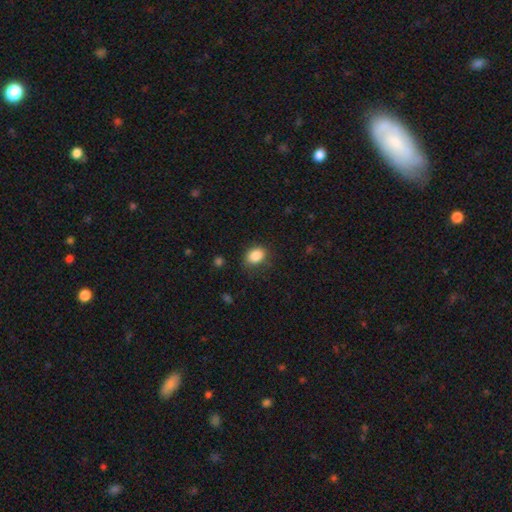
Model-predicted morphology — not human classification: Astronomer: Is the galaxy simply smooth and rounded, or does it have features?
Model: smooth — 86%.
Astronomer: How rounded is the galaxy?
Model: in between — 68%.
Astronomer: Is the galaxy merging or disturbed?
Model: none — 79%.